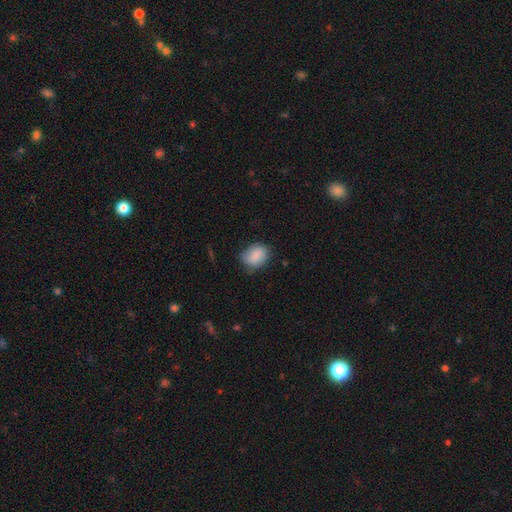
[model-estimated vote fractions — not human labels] smooth-or-featured: smooth: 86% | star or artifact: 7% | featured or disk: 7%
  how-rounded: in between: 61% | round: 38% | cigar-shaped: 1%
  merging: none: 68% | minor disturbance: 25% | major disturbance: 6% | merger: 2%